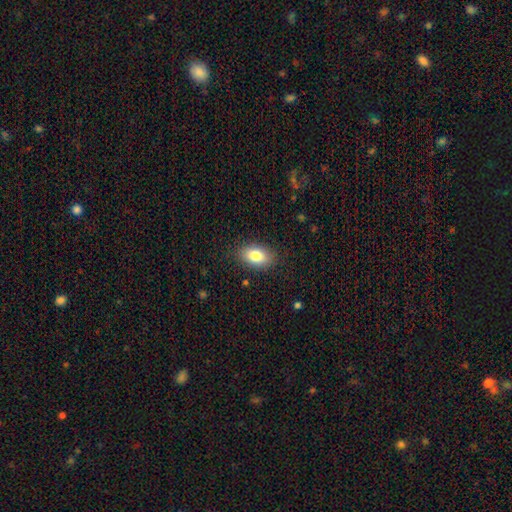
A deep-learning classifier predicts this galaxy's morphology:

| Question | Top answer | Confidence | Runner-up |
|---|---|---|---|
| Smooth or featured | smooth | 82% | featured or disk (10%) |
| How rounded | in between | 90% | round (8%) |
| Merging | none | 86% | minor disturbance (10%) |